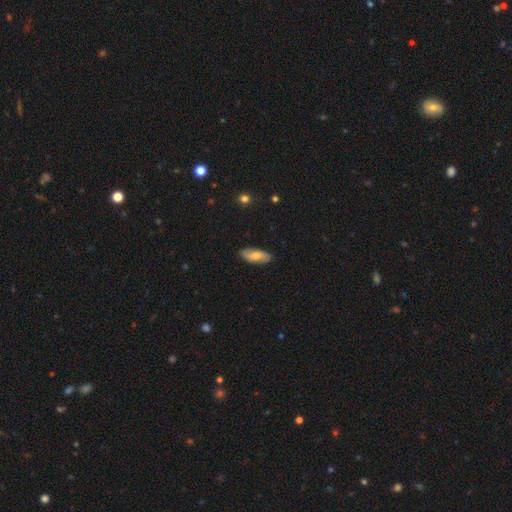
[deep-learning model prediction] Smooth or featured: smooth — 63% (featured or disk — 31%)
How rounded: in between — 81% (cigar-shaped — 17%)
Merging: none — 85% (minor disturbance — 11%)